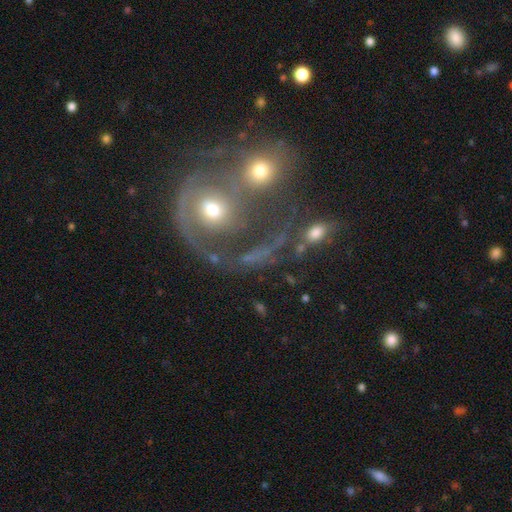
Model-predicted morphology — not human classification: Smooth or featured? featured or disk (63%)
Edge-on disk? no (96%)
Bar? no (76%)
Spiral arms? yes (65%)
Bulge size? moderate (61%)
Merging? merger (55%)